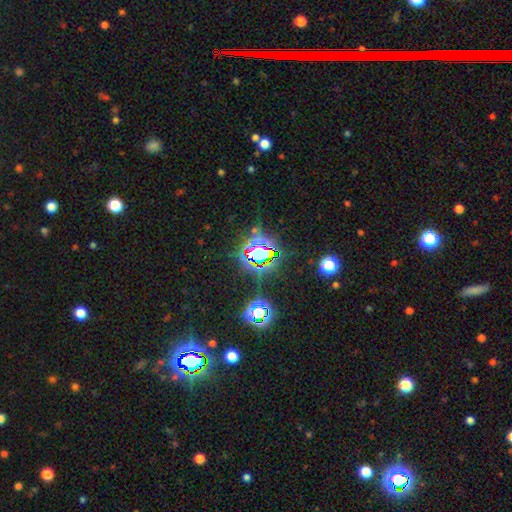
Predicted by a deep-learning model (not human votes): Smooth or featured? star or artifact (80%)